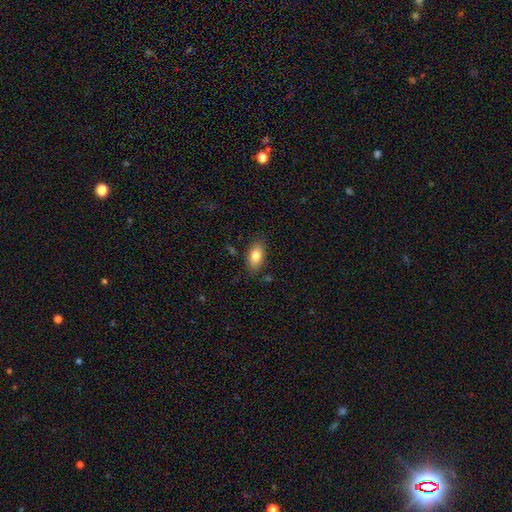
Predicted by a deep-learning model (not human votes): Q: Smooth or featured?
A: smooth (80%); runner-up: featured or disk (12%)
Q: How rounded?
A: in between (90%); runner-up: round (5%)
Q: Merging?
A: none (82%); runner-up: minor disturbance (13%)